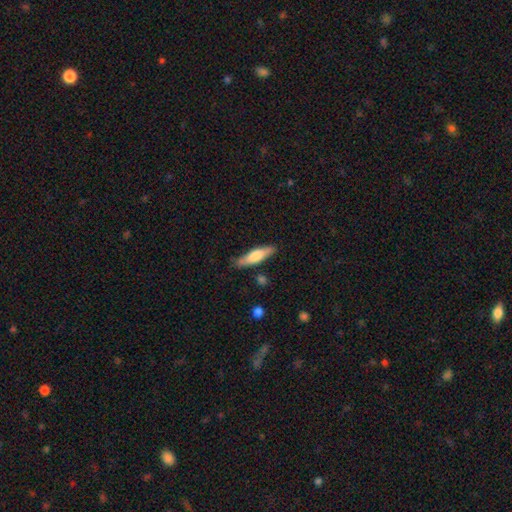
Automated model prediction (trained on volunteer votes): Smooth or featured: smooth — 65% (featured or disk — 29%)
How rounded: cigar-shaped — 72% (in between — 26%)
Merging: none — 79% (minor disturbance — 15%)